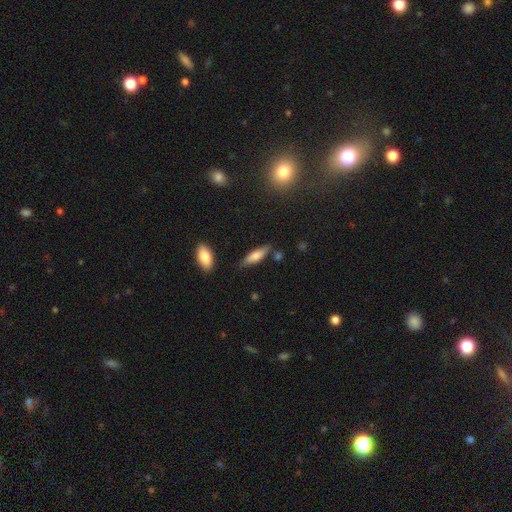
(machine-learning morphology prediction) A smooth galaxy with no disk features (67%) that is cigar-shaped (55%).

Vote fractions:
- Smooth or featured? smooth: 67% / featured or disk: 26% / star or artifact: 7%
- How rounded? cigar-shaped: 55% / in between: 42% / round: 2%
- Merging? none: 74% / minor disturbance: 17% / merger: 5% / major disturbance: 4%